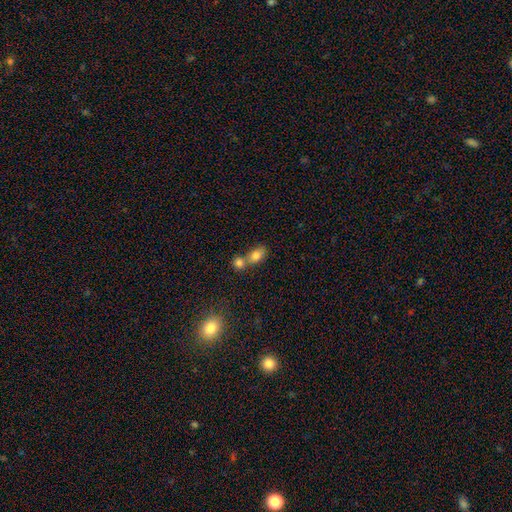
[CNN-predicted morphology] smooth_or_featured: smooth (p=0.80) [alt: featured or disk p=0.10]
how_rounded: in between (p=0.71) [alt: round p=0.27]
merging: merger (p=0.55) [alt: none p=0.33]